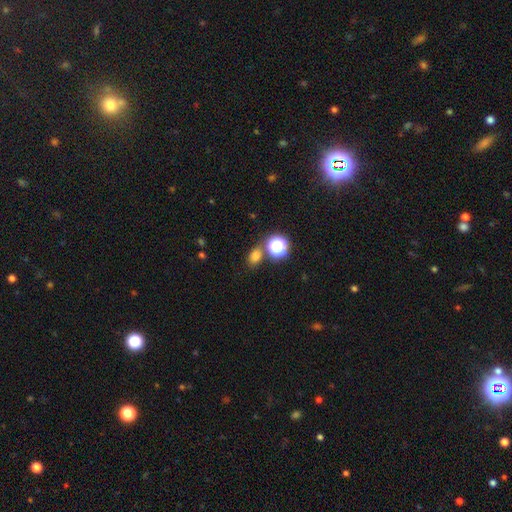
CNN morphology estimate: This is likely a smooth galaxy (72%). How rounded: possibly in between (53%). Merging: likely none (71%).